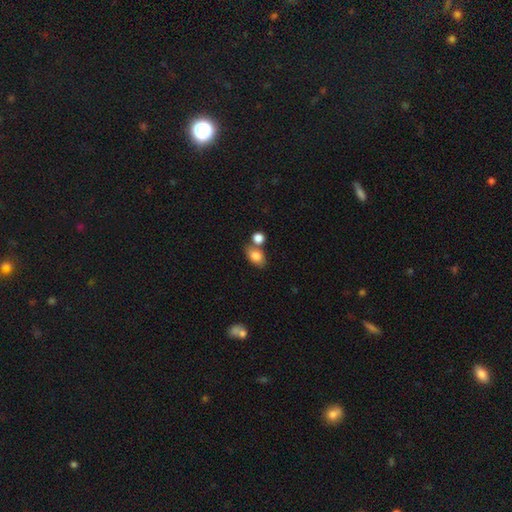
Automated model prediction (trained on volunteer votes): Smooth or featured?
  - smooth: 83% *
  - featured or disk: 9%
  - star or artifact: 9%
How rounded?
  - in between: 76% *
  - round: 23%
  - cigar-shaped: 1%
Merging?
  - none: 57% *
  - merger: 27%
  - minor disturbance: 13%
  - major disturbance: 4%